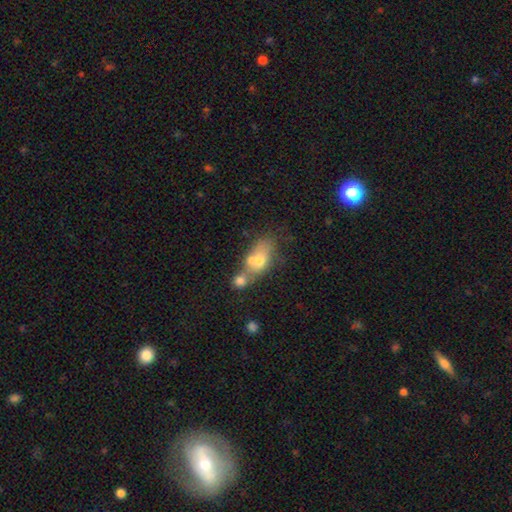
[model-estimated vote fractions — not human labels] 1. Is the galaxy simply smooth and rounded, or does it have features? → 60% smooth, 24% featured or disk, 16% star or artifact.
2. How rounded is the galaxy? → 70% in between, 22% round, 7% cigar-shaped.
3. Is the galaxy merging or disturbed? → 41% none, 38% merger, 14% minor disturbance, 7% major disturbance.